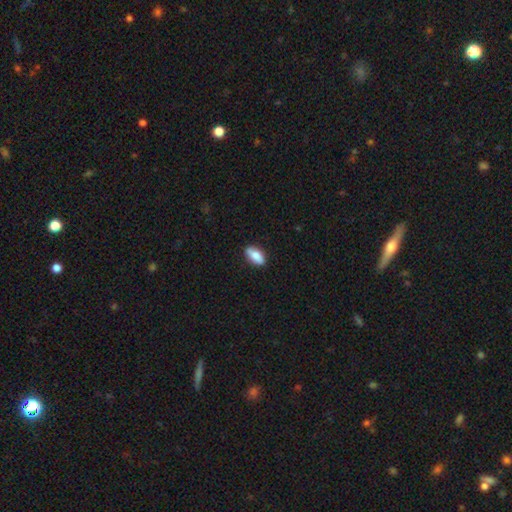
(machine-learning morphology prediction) Smooth or featured? Predicted: smooth (p=0.82). How rounded? Predicted: in between (p=0.88). Merging? Predicted: none (p=0.87).